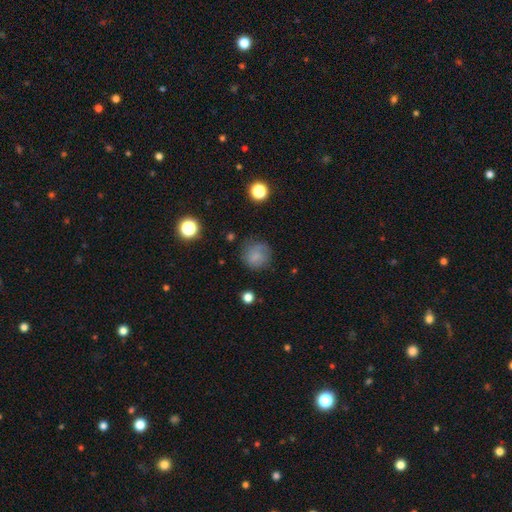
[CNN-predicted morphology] Smooth or featured? smooth (71%)
How rounded? round (86%)
Merging? none (67%)